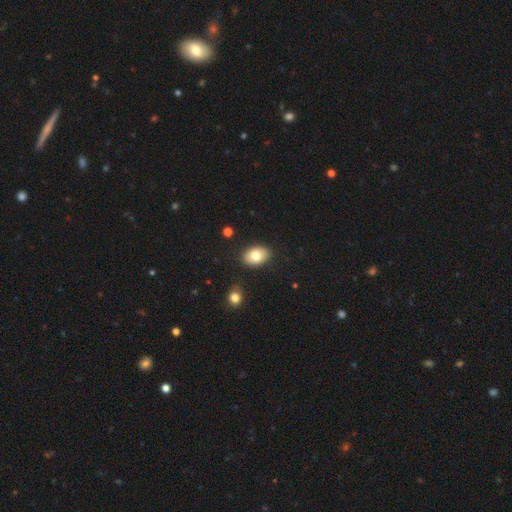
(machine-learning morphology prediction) Smooth or featured? smooth (79%)
How rounded? in between (83%)
Merging? none (87%)